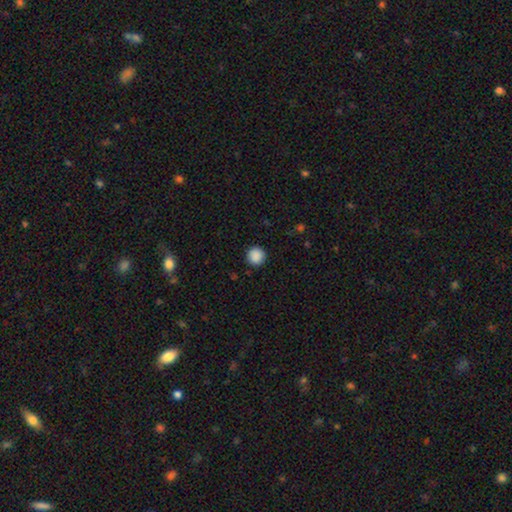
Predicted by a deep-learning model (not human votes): A smooth galaxy with no disk features (89%) that is round (95%).

Vote fractions:
- Smooth or featured? smooth: 89% / star or artifact: 9% / featured or disk: 2%
- How rounded? round: 95% / in between: 4% / cigar-shaped: 1%
- Merging? none: 91% / minor disturbance: 6% / major disturbance: 2% / merger: 1%